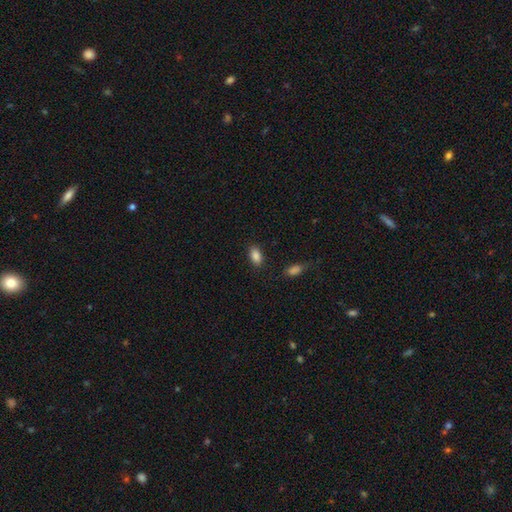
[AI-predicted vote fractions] A smooth galaxy with no disk features (87%) that is in between round and cigar-shaped (91%). Merging: none (85%).